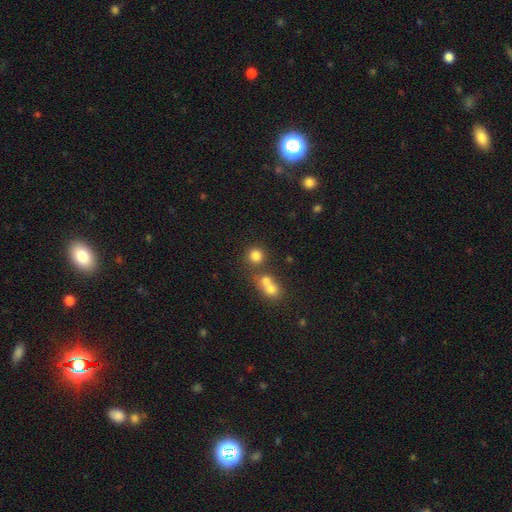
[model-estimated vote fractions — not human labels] Overall: smooth (79%). How rounded: round (90%). Merging: none (68%).